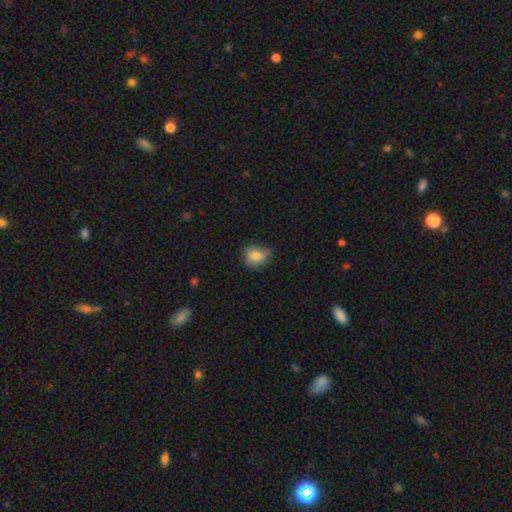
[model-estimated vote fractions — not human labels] A smooth galaxy with no disk features (78%) that is round (62%). Merging: none (61%).